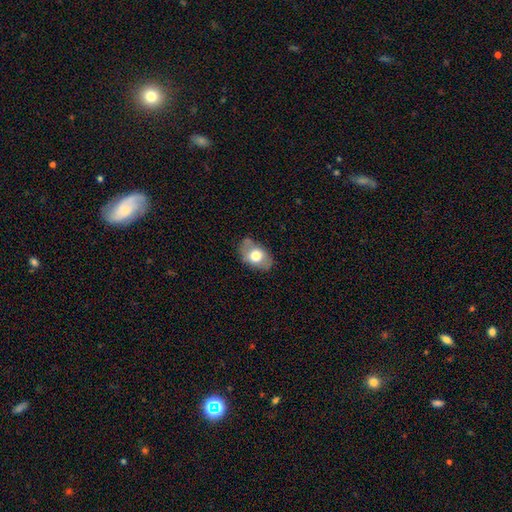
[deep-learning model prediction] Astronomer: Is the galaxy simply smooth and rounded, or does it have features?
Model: smooth — 66%.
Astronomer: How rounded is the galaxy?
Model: in between — 86%.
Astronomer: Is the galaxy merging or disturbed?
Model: none — 71%.